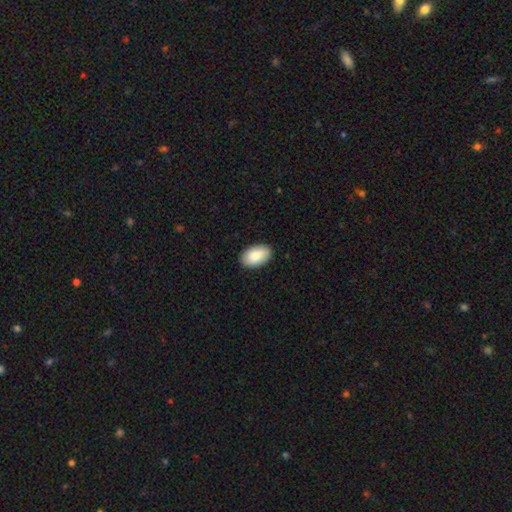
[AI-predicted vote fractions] Morphology: type=smooth (87%); roundness=in between (95%); merging=none (90%).